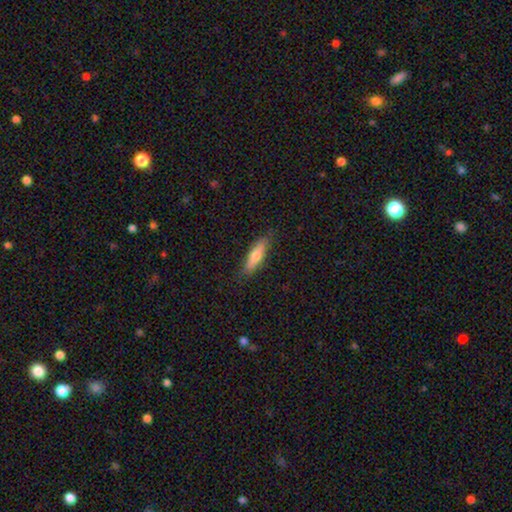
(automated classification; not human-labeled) A smooth galaxy with no disk features (65%) that is cigar-shaped (67%).

Vote fractions:
- Smooth or featured? smooth: 65% / featured or disk: 29% / star or artifact: 6%
- How rounded? cigar-shaped: 67% / in between: 31% / round: 2%
- Merging? none: 85% / minor disturbance: 12% / major disturbance: 2% / merger: 1%